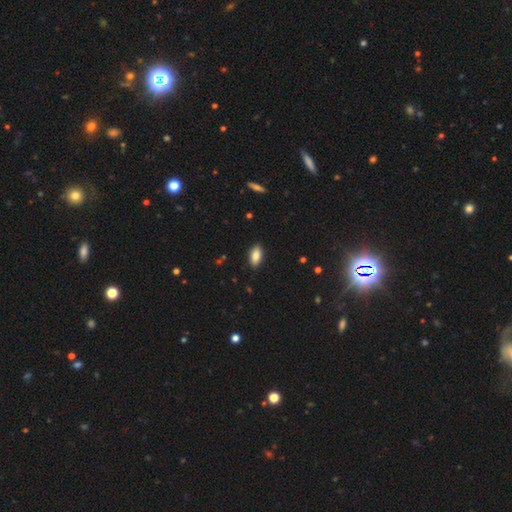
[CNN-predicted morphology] Smooth or featured? Predicted: smooth (p=0.87). How rounded? Predicted: in between (p=0.90). Merging? Predicted: none (p=0.88).